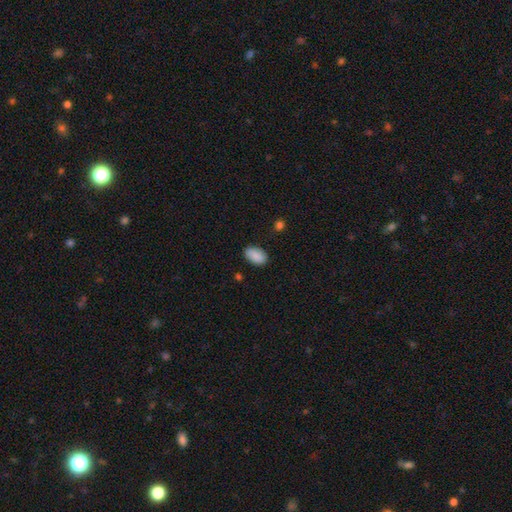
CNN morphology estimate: Smooth or featured? smooth (90%)
How rounded? in between (92%)
Merging? none (84%)